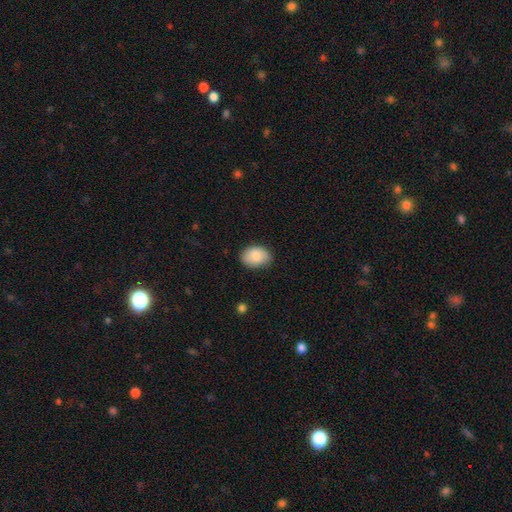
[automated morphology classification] Overall: smooth (83%). How rounded: in between (74%). Merging: none (80%).